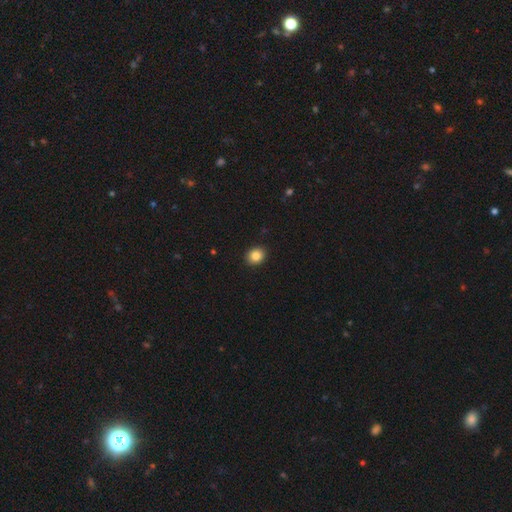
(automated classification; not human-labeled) Smooth or featured: smooth — 85% (star or artifact — 9%)
How rounded: round — 61% (in between — 38%)
Merging: none — 92% (minor disturbance — 6%)